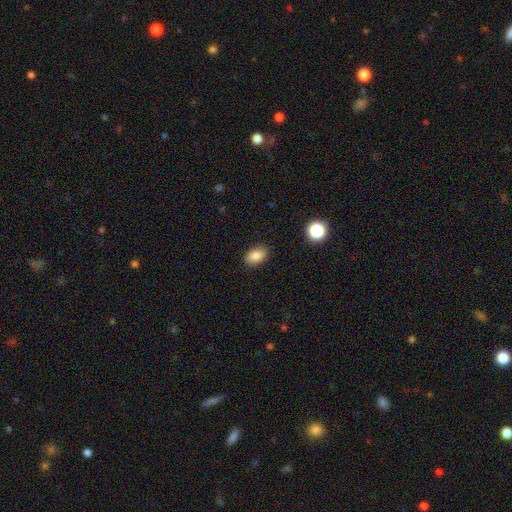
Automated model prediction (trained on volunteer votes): This appears to be a smooth galaxy with no disk features (86%) that is in between round and cigar-shaped (86%). Merging: none (87%).